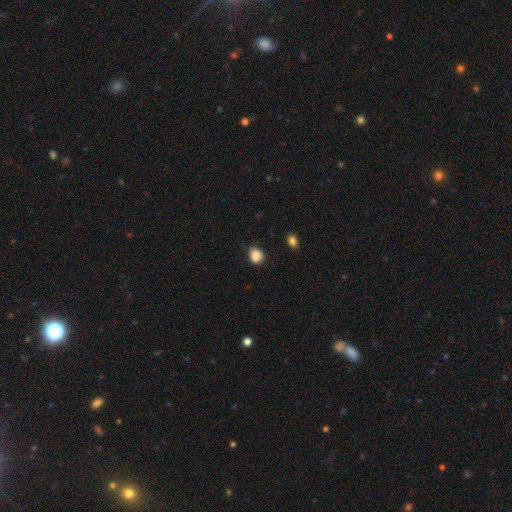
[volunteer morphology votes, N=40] smooth 92%, star or artifact 8%, featured or disk 0%. Down the decision tree: how rounded — in between (54%); merging — none (51%).